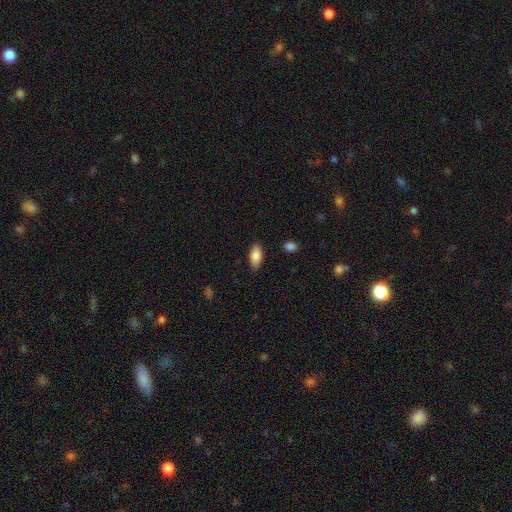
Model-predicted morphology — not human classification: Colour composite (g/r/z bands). It shows a smooth galaxy with no disk features (85%) that is in between round and cigar-shaped (90%). Merging: none (83%).